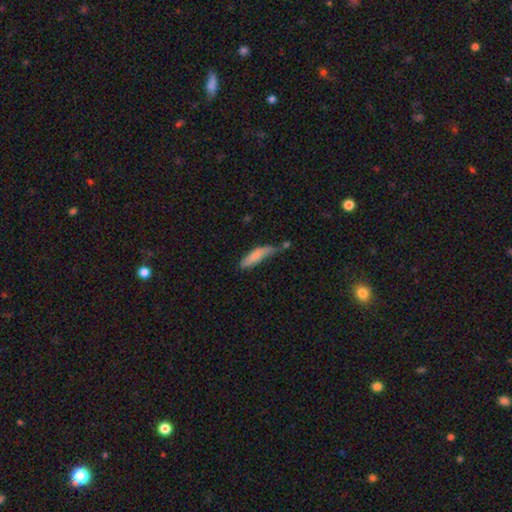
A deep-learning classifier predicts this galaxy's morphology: Smooth or featured: smooth — 78% (featured or disk — 16%)
How rounded: cigar-shaped — 65% (in between — 33%)
Merging: none — 35% (minor disturbance — 33%)